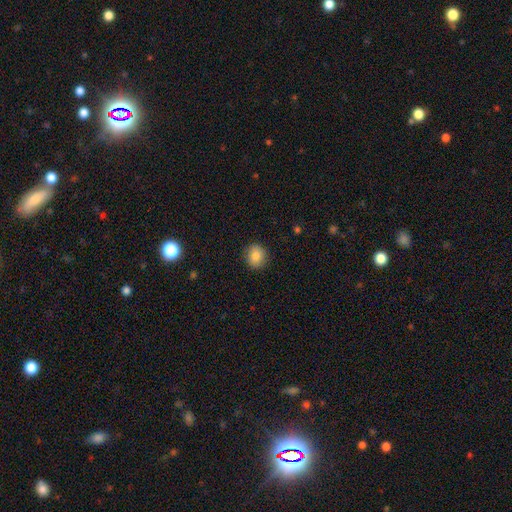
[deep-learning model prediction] A smooth galaxy with no disk features (85%) that is round (76%).

Vote fractions:
- Smooth or featured? smooth: 85% / star or artifact: 9% / featured or disk: 6%
- How rounded? round: 76% / in between: 23% / cigar-shaped: 1%
- Merging? none: 88% / minor disturbance: 9% / major disturbance: 2% / merger: 1%